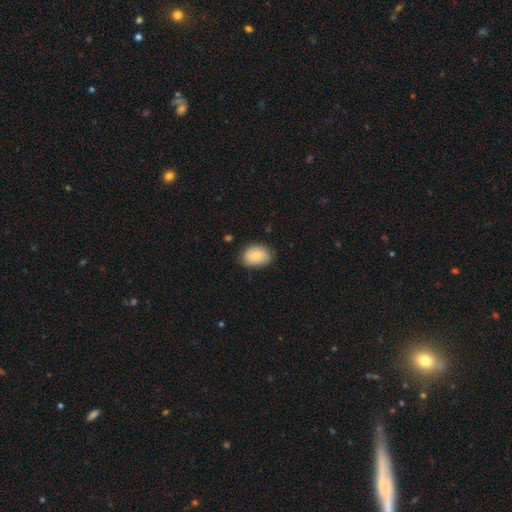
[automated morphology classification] Smooth or featured: smooth — 77% (featured or disk — 16%)
How rounded: in between — 76% (round — 23%)
Merging: none — 73% (minor disturbance — 22%)